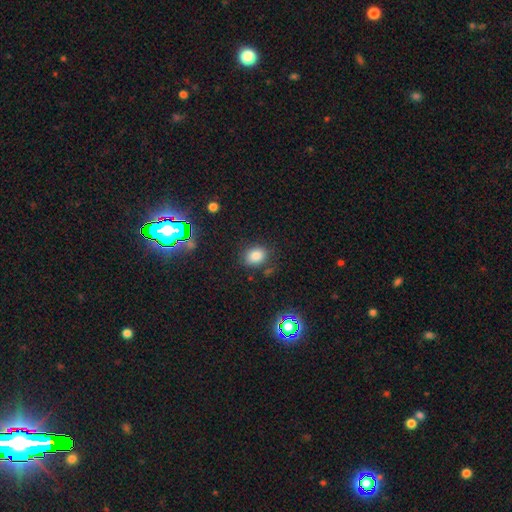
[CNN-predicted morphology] A smooth galaxy with no disk features (80%) that is in between round and cigar-shaped (58%).

Vote fractions:
- Smooth or featured? smooth: 80% / star or artifact: 14% / featured or disk: 6%
- How rounded? in between: 58% / round: 41% / cigar-shaped: 1%
- Merging? none: 79% / minor disturbance: 14% / major disturbance: 4% / merger: 3%